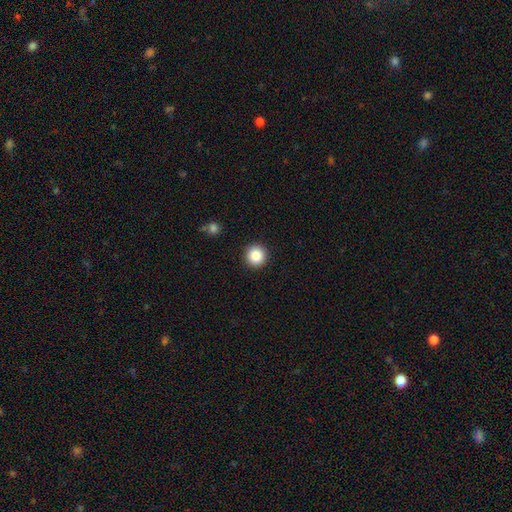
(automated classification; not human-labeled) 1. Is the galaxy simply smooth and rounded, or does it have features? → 86% smooth, 9% star or artifact, 4% featured or disk.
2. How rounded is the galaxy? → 96% round, 4% in between, 1% cigar-shaped.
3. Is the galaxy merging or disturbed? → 93% none, 5% minor disturbance, 2% major disturbance, 1% merger.